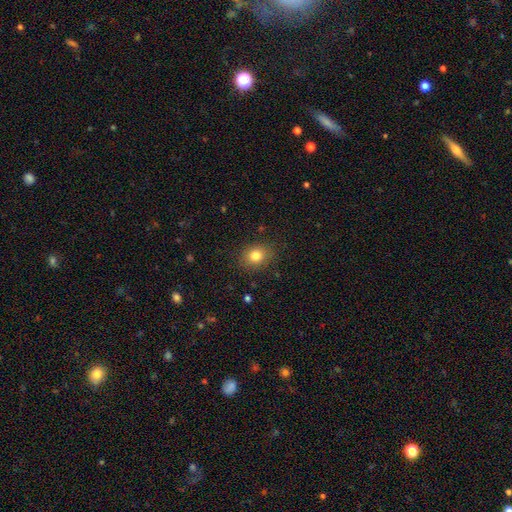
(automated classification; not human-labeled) smooth-or-featured: smooth: 81% | star or artifact: 11% | featured or disk: 8%
  how-rounded: round: 59% | in between: 40% | cigar-shaped: 1%
  merging: none: 86% | minor disturbance: 10% | major disturbance: 3% | merger: 1%